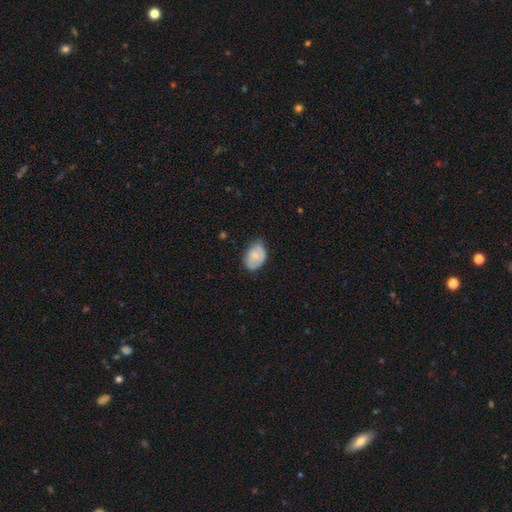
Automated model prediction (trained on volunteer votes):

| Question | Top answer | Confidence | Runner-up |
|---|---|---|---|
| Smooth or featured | smooth | 65% | featured or disk (29%) |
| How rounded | in between | 82% | round (17%) |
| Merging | none | 60% | minor disturbance (32%) |